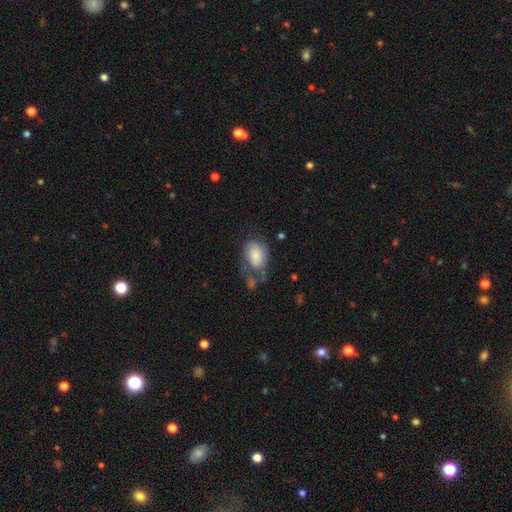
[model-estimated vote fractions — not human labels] This is likely a smooth galaxy (67%). How rounded: clearly in between (84%). Merging: marginally major disturbance (31%, tied with none).